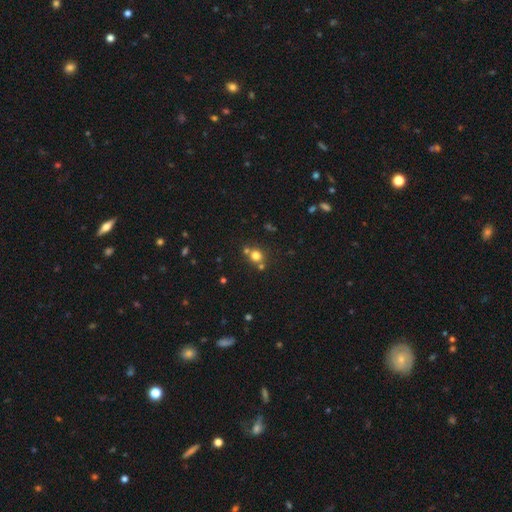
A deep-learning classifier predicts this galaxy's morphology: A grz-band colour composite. It shows a smooth galaxy with no disk features (71%) that is round (87%). Merging: none (64%).